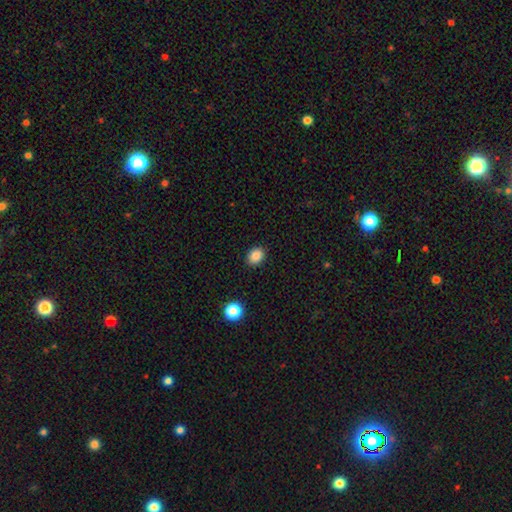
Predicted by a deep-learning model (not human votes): Smooth or featured?
  - smooth: 86% *
  - star or artifact: 10%
  - featured or disk: 4%
How rounded?
  - in between: 54% *
  - round: 45%
  - cigar-shaped: 1%
Merging?
  - none: 89% *
  - minor disturbance: 7%
  - major disturbance: 2%
  - merger: 1%